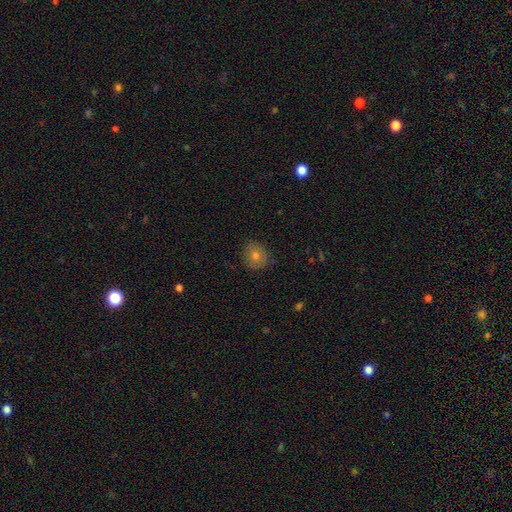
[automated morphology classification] smooth-or-featured: smooth: 66% | featured or disk: 19% | star or artifact: 15%
  how-rounded: round: 79% | in between: 20% | cigar-shaped: 1%
  merging: none: 83% | minor disturbance: 13% | major disturbance: 3% | merger: 1%